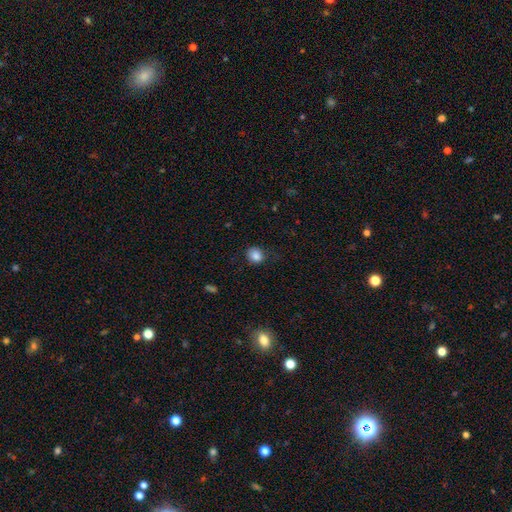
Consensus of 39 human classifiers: Q: Smooth or featured?
A: smooth (92%); runner-up: star or artifact (5%)
Q: How rounded?
A: round (69%); runner-up: in between (31%)
Q: Merging?
A: none (62%); runner-up: minor disturbance (24%)